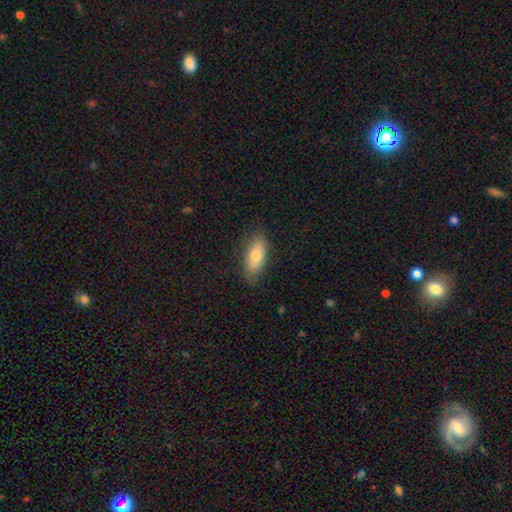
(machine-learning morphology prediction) This is likely a smooth galaxy (73%). How rounded: likely in between (77%). Merging: clearly none (82%).